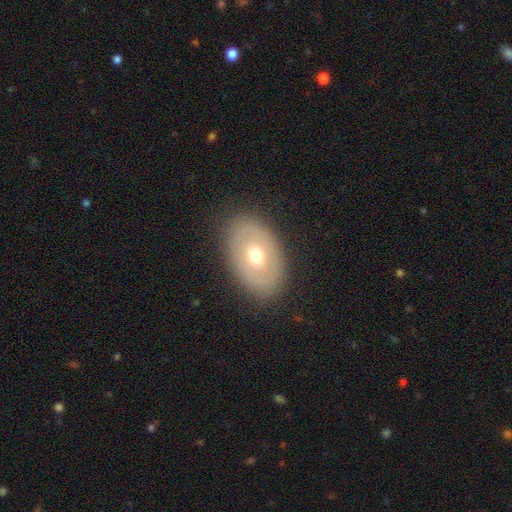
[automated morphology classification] Overall: smooth (51%; featured or disk 42%). How rounded: in between (84%). Merging: none (85%).